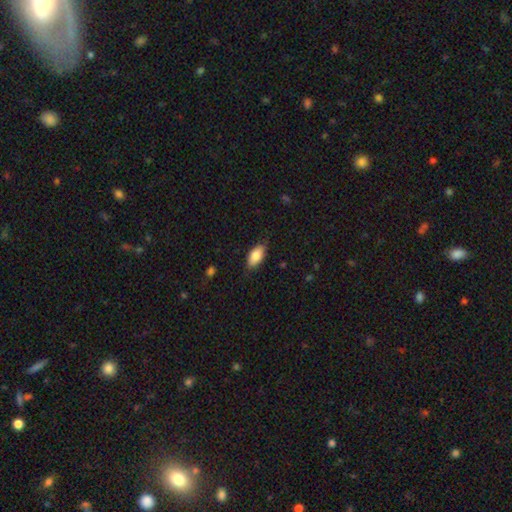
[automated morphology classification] Smooth or featured: smooth — 83% (featured or disk — 10%)
How rounded: in between — 91% (cigar-shaped — 6%)
Merging: none — 81% (minor disturbance — 15%)